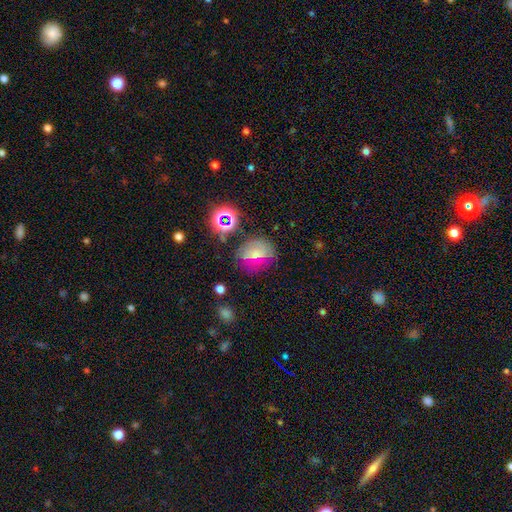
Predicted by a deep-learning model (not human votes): A smooth galaxy with no disk features (53%) that is round (67%). Merging: none (70%).